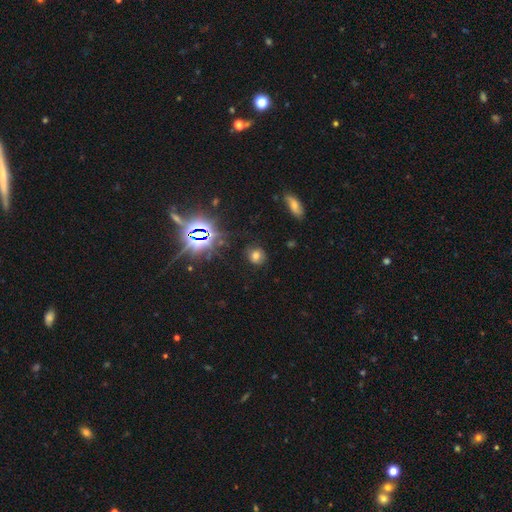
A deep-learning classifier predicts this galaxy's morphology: Smooth or featured? Predicted: smooth (p=0.60). How rounded? Predicted: round (p=0.69). Merging? Predicted: none (p=0.81).